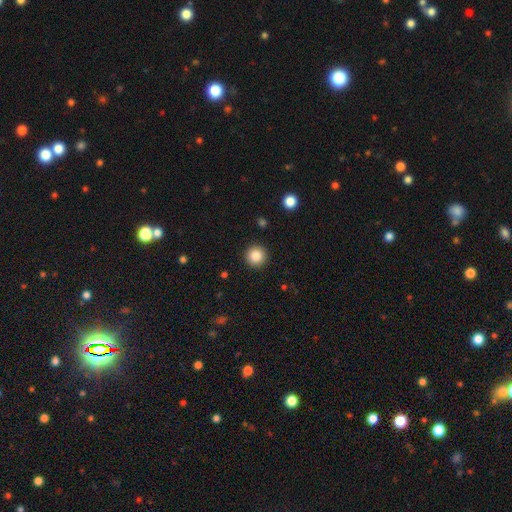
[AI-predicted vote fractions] Smooth or featured: smooth — 86% (star or artifact — 9%)
How rounded: round — 96% (in between — 3%)
Merging: none — 92% (minor disturbance — 5%)